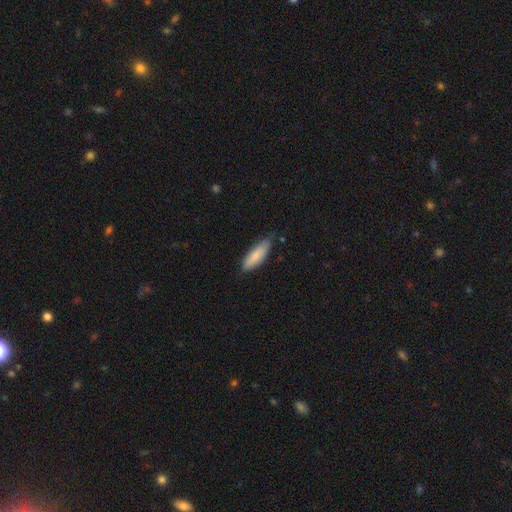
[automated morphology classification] Smooth or featured?
  - smooth: 81% *
  - featured or disk: 13%
  - star or artifact: 5%
How rounded?
  - in between: 54% *
  - cigar-shaped: 44%
  - round: 2%
Merging?
  - none: 67% *
  - minor disturbance: 28%
  - major disturbance: 3%
  - merger: 2%